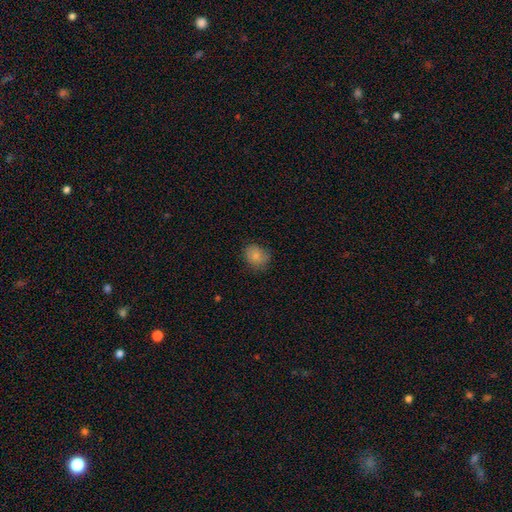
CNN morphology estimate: Overall: smooth (83%). How rounded: round (64%; in between 35%). Merging: none (74%).